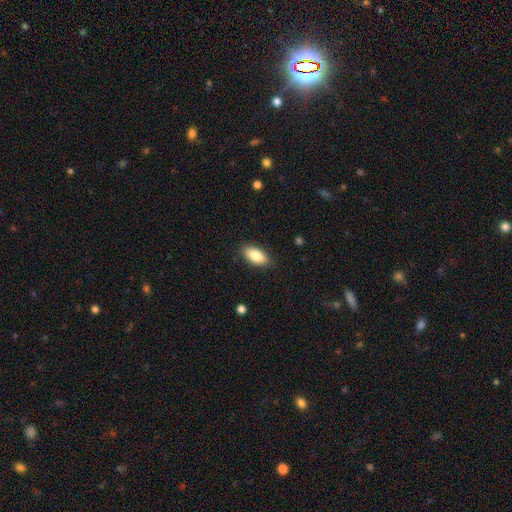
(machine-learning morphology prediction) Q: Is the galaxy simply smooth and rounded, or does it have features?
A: smooth — 82%.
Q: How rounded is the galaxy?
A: in between — 88%.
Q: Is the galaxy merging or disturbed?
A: none — 86%.